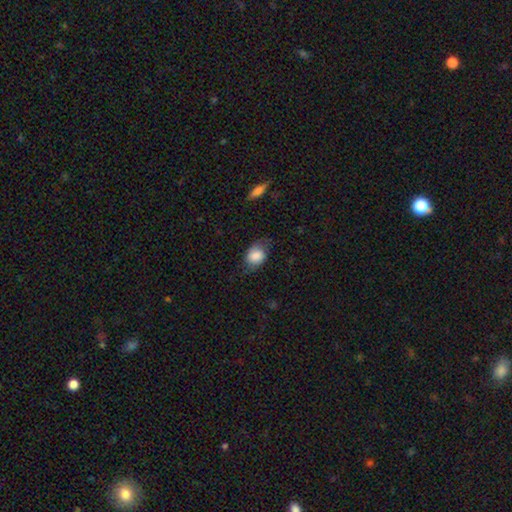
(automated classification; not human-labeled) Q: Smooth or featured?
A: smooth (74%); runner-up: featured or disk (18%)
Q: How rounded?
A: in between (74%); runner-up: round (24%)
Q: Merging?
A: none (57%); runner-up: minor disturbance (29%)